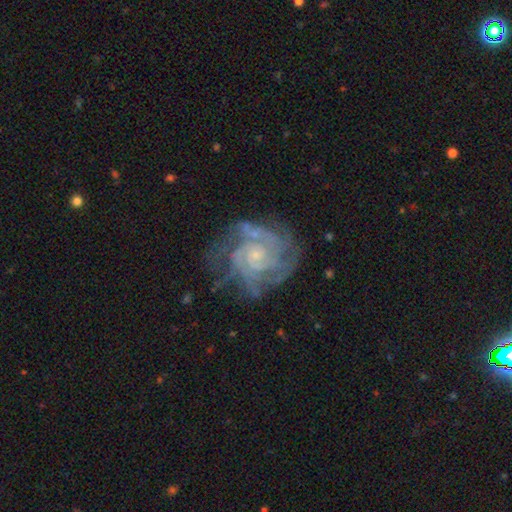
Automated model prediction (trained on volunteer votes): featured or disk 88%, star or artifact 6%, smooth 6%. Down the decision tree: edge-on disk — no (98%); bar — no (70%); spiral arms — yes (97%); spiral arm count — 3 (26%); spiral winding — tight (69%); bulge size — small (71%); merging — none (64%).